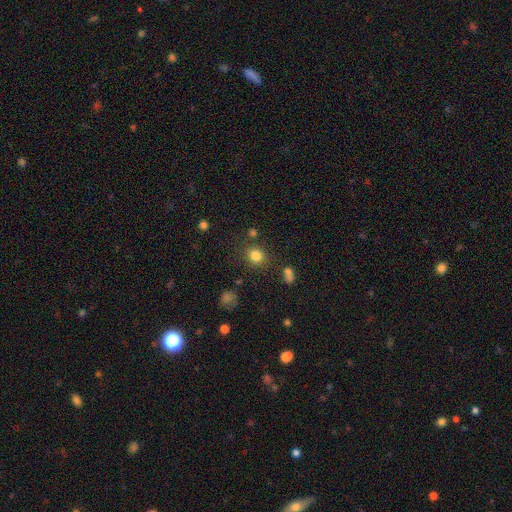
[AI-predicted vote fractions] Overall: smooth (81%). How rounded: round (81%). Merging: none (80%).